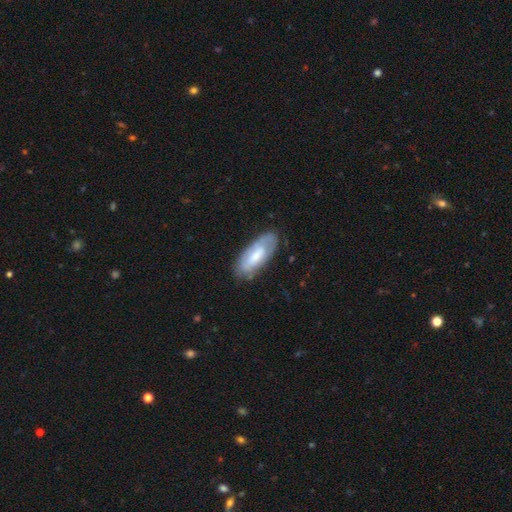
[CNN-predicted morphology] type=smooth (54%); roundness=in between (81%); merging=none (73%).